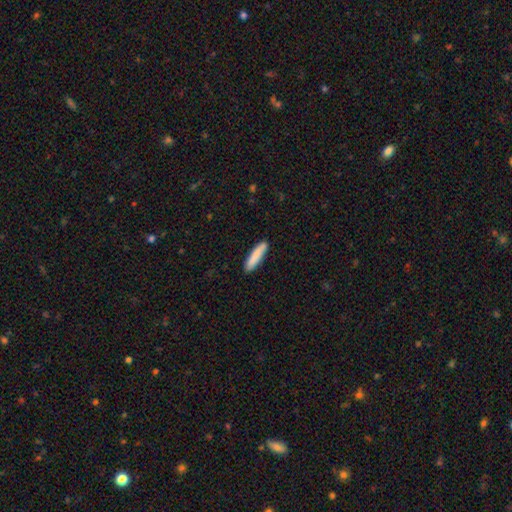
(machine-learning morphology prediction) Smooth or featured?
  - smooth: 84% *
  - featured or disk: 10%
  - star or artifact: 6%
How rounded?
  - cigar-shaped: 82% *
  - in between: 16%
  - round: 1%
Merging?
  - none: 87% *
  - minor disturbance: 10%
  - major disturbance: 2%
  - merger: 2%